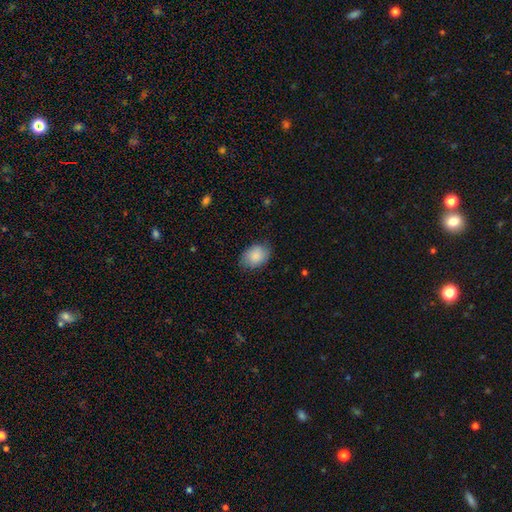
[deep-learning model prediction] Smooth or featured: smooth — 87% (featured or disk — 7%)
How rounded: in between — 75% (round — 24%)
Merging: none — 78% (minor disturbance — 17%)